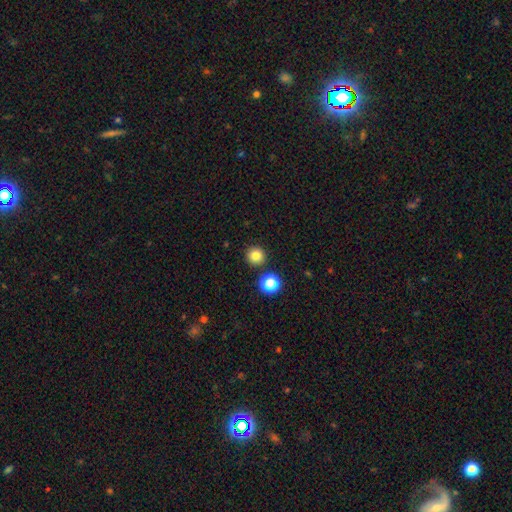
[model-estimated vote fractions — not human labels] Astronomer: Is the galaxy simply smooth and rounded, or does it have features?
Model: smooth — 81%.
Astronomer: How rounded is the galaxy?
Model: round — 95%.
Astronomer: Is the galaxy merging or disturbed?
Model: none — 89%.